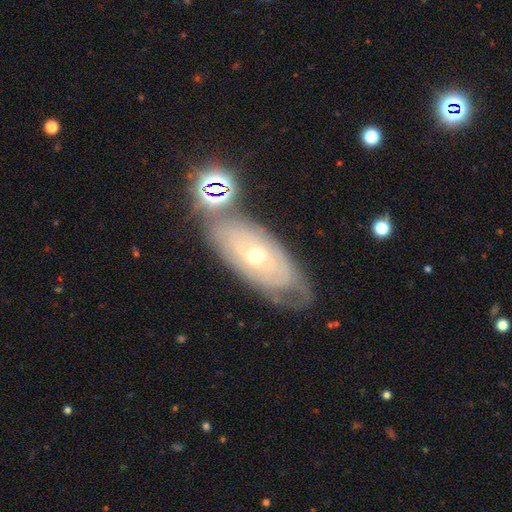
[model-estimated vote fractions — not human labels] This appears to be a featured or disk galaxy (71%) with no bar (79%), spiral arms (69%) and a moderate central bulge (53%). Merging: none (65%).